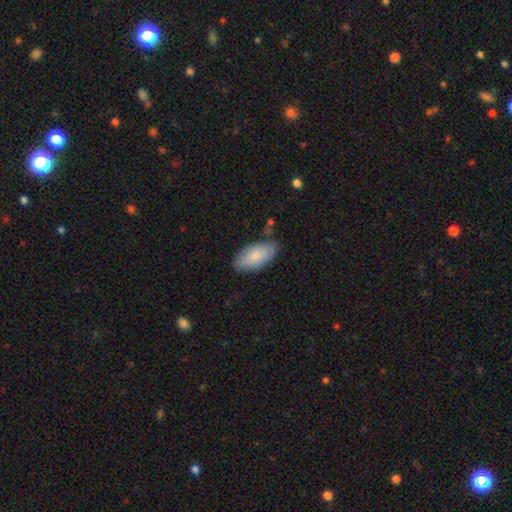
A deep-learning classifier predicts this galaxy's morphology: A smooth galaxy with no disk features (79%) that is in between round and cigar-shaped (93%). Merging: none (77%).